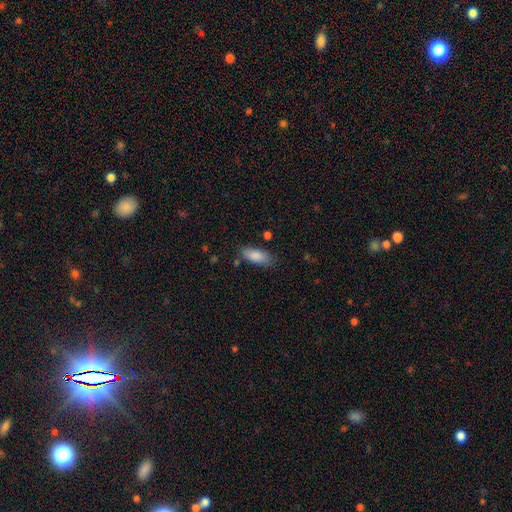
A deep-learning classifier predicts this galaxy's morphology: Smooth or featured? smooth (87%)
How rounded? in between (83%)
Merging? none (75%)